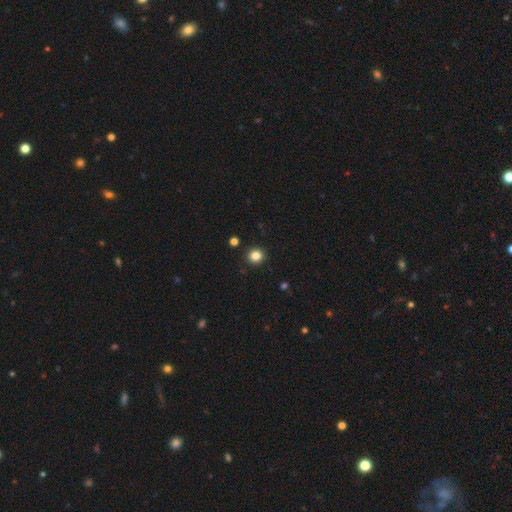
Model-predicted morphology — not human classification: This appears to be a smooth galaxy with no disk features (84%) that is round (90%). Merging: none (91%).